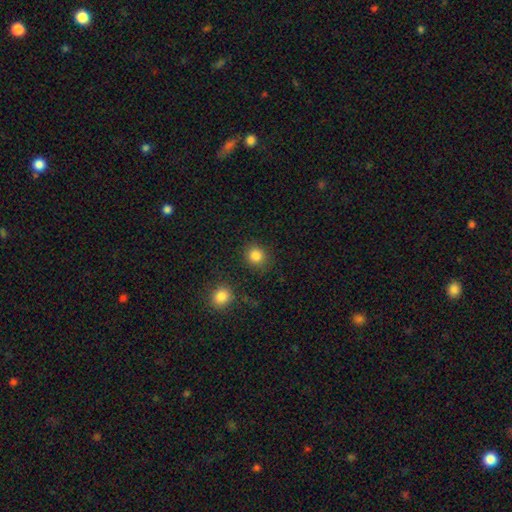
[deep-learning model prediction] Overall: smooth (85%). How rounded: round (86%). Merging: none (86%).